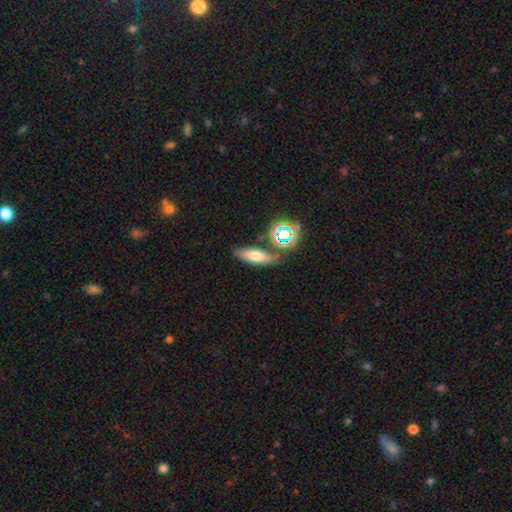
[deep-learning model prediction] Overall: smooth (62%). How rounded: in between (59%; cigar-shaped 33%). Merging: none (74%).